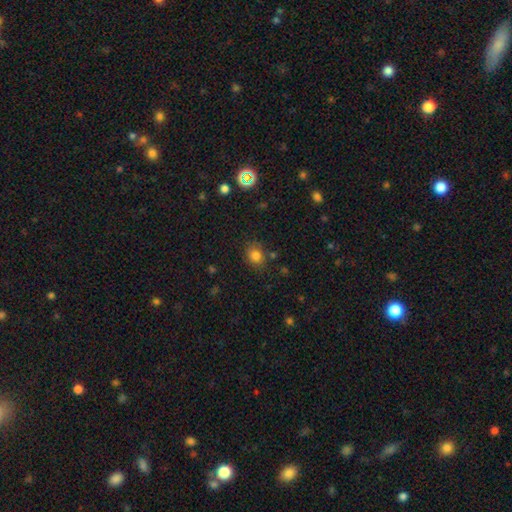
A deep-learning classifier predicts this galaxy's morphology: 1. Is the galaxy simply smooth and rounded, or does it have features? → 79% smooth, 14% star or artifact, 7% featured or disk.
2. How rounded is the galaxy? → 59% round, 40% in between, 1% cigar-shaped.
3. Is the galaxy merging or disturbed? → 75% none, 15% minor disturbance, 5% merger, 5% major disturbance.